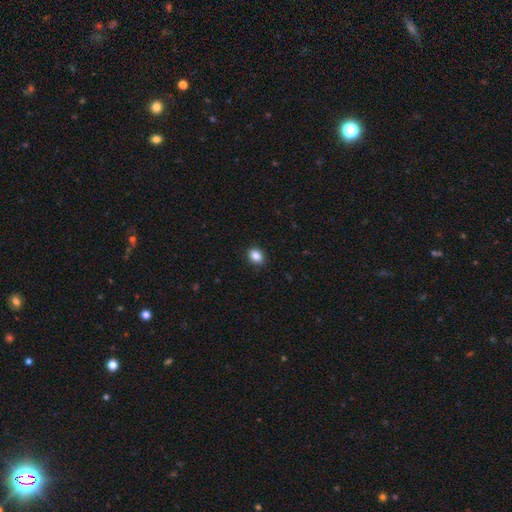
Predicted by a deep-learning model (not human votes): A smooth galaxy with no disk features (87%) that is in between round and cigar-shaped (64%). Merging: none (88%).